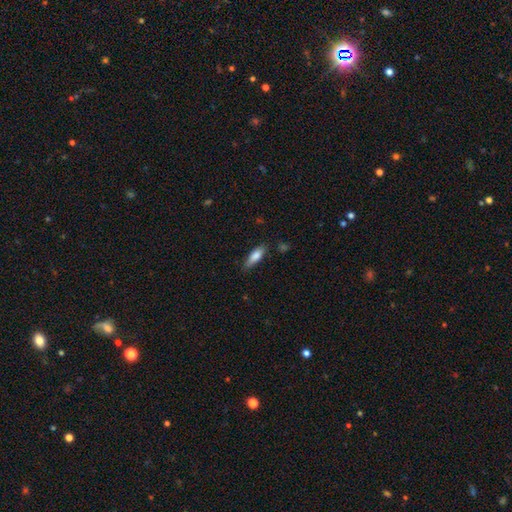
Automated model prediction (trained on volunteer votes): Smooth or featured? smooth (79%)
How rounded? in between (53%)
Merging? none (75%)